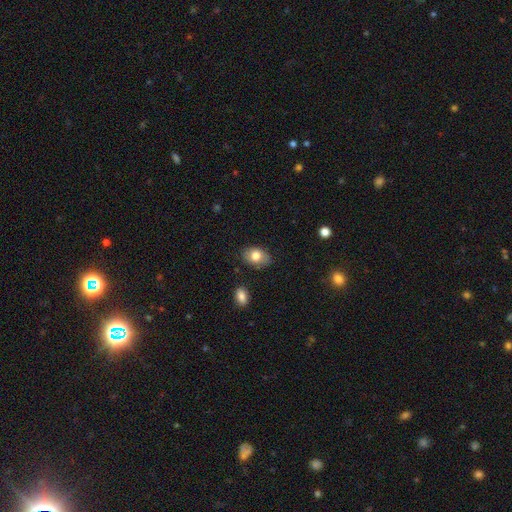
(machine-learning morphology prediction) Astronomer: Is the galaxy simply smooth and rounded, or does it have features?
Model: smooth — 79%.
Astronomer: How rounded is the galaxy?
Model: in between — 80%.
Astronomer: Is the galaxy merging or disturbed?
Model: none — 79%.